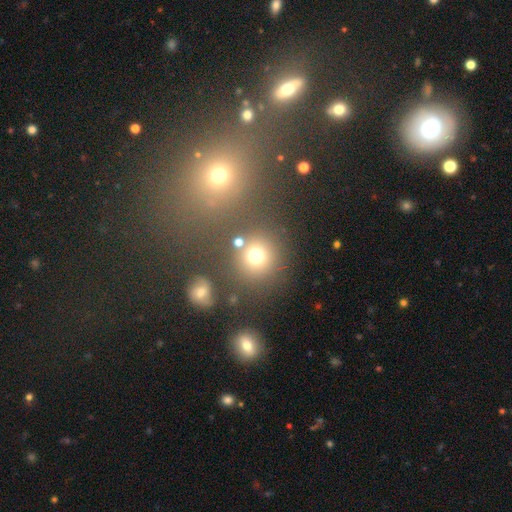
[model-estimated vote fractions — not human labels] Morphology: type=smooth (71%); roundness=round (91%); merging=none (75%).